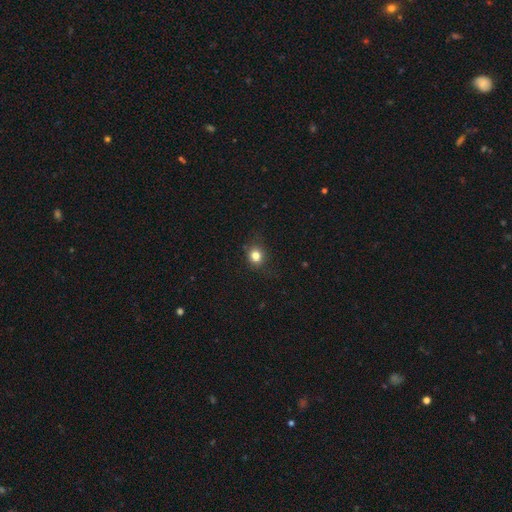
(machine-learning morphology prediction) Smooth or featured?
  - smooth: 80% *
  - star or artifact: 14%
  - featured or disk: 6%
How rounded?
  - round: 78% *
  - in between: 21%
  - cigar-shaped: 1%
Merging?
  - none: 81% *
  - minor disturbance: 14%
  - major disturbance: 4%
  - merger: 1%